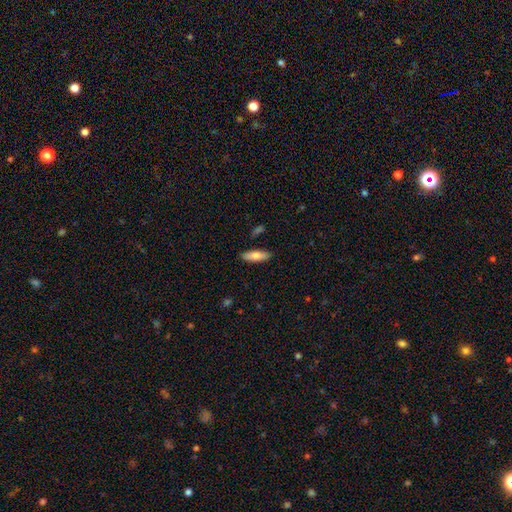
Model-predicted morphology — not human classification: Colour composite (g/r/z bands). It shows a smooth galaxy with no disk features (76%) that is in between round and cigar-shaped (56%). Merging: none (85%).